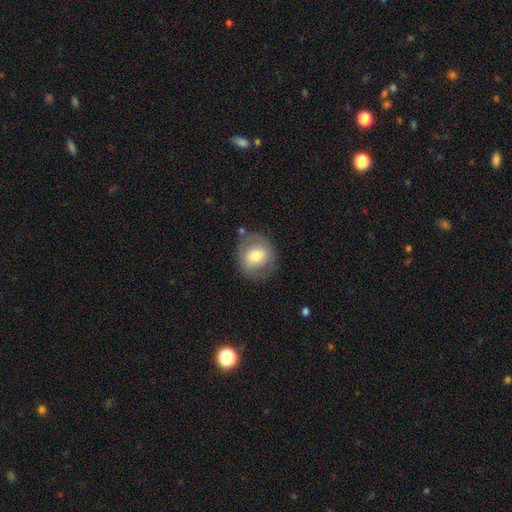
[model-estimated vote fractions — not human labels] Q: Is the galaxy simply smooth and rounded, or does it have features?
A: smooth — 63%.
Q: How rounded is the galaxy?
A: round — 75%.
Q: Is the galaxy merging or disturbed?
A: none — 73%.